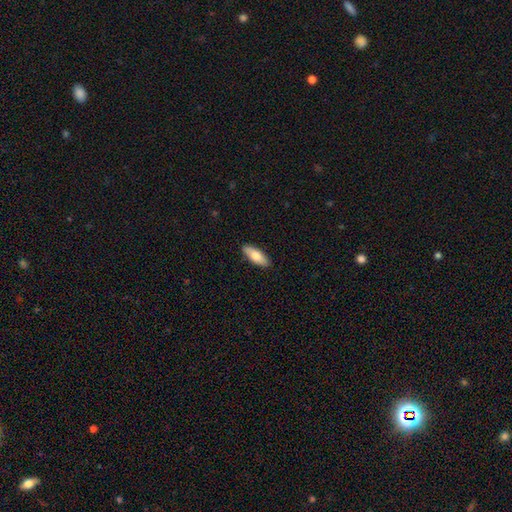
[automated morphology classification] This appears to be a smooth galaxy with no disk features (76%) that is in between round and cigar-shaped (71%). Merging: none (87%).